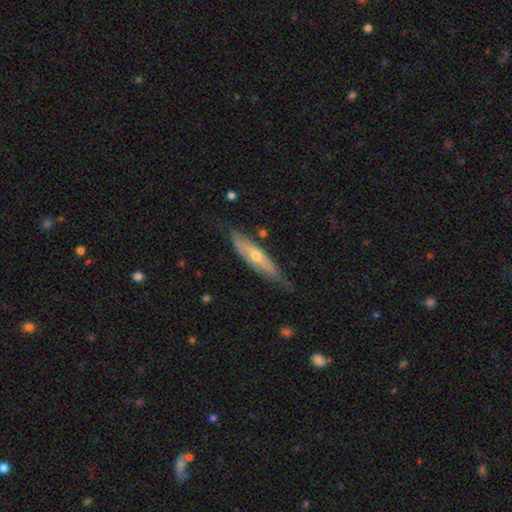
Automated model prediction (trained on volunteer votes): A featured or disk galaxy (60%) viewed edge-on (64%). Merging: none (68%).